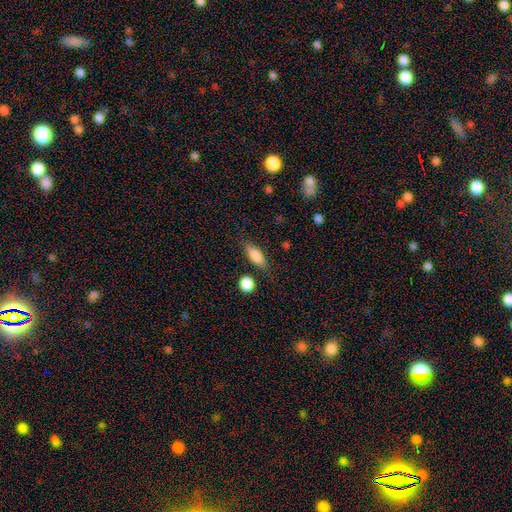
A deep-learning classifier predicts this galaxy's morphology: Smooth or featured? Predicted: smooth (p=0.76). How rounded? Predicted: in between (p=0.65). Merging? Predicted: none (p=0.75).